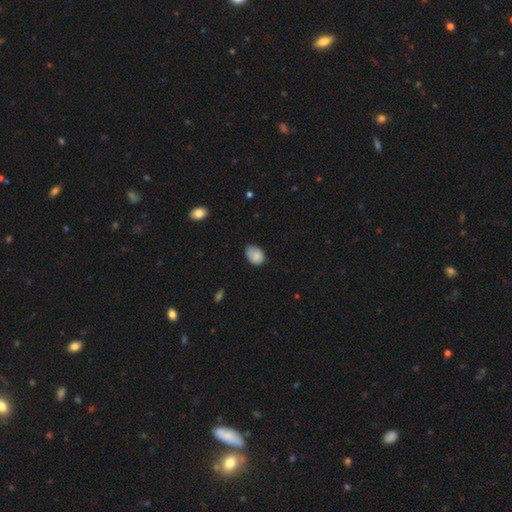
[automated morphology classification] Q: Smooth or featured?
A: smooth (84%); runner-up: star or artifact (8%)
Q: How rounded?
A: in between (80%); runner-up: round (19%)
Q: Merging?
A: none (61%); runner-up: minor disturbance (32%)